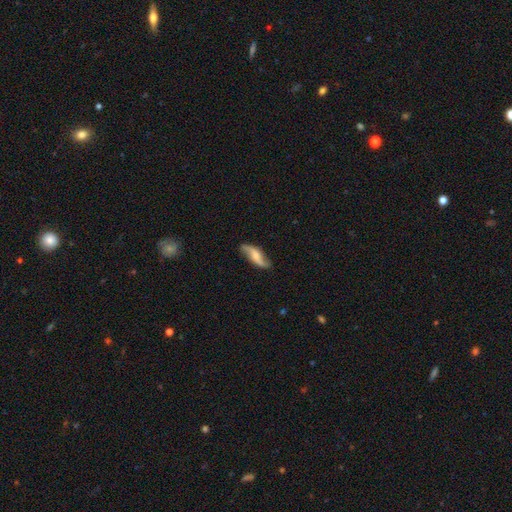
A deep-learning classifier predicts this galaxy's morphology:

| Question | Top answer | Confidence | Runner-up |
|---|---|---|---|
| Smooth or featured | featured or disk | 71% | smooth (22%) |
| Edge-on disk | no | 87% | yes (13%) |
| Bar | no | 46% | weak (37%) |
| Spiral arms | yes | 94% | no (6%) |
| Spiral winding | loose | 83% | medium (12%) |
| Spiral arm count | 2 | 92% | can't tell (3%) |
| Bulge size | small | 39% | moderate (32%) |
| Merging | none | 79% | minor disturbance (15%) |